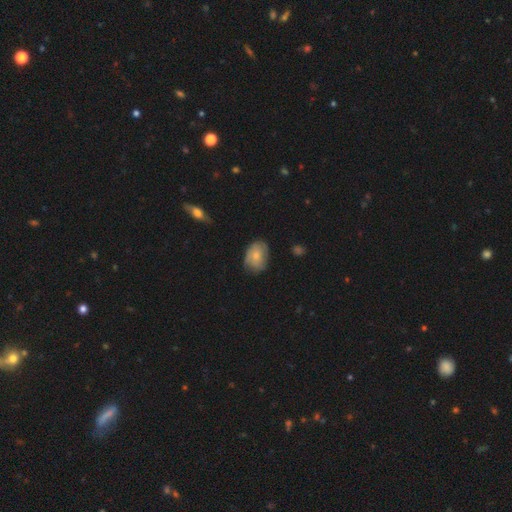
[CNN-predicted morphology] A smooth galaxy with no disk features (63%) that is in between round and cigar-shaped (77%). Merging: none (65%).